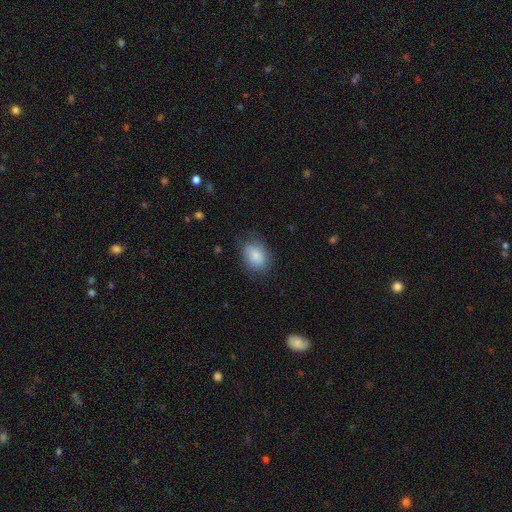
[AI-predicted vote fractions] This is clearly a smooth galaxy (81%). How rounded: likely in between (75%). Merging: likely none (75%).